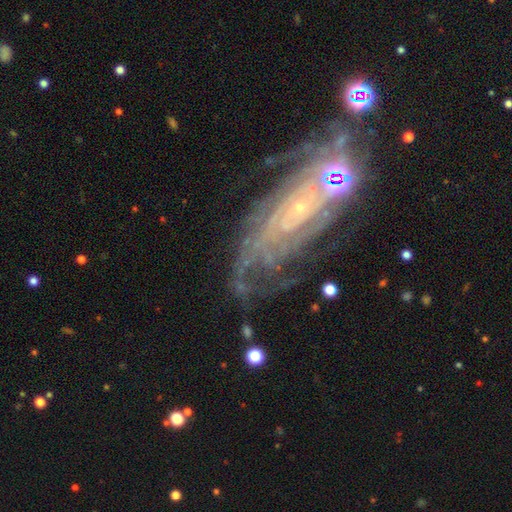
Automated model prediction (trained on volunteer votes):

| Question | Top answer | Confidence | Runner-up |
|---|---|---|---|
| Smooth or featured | featured or disk | 84% | star or artifact (9%) |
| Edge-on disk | no | 91% | yes (9%) |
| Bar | no | 66% | weak (24%) |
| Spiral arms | yes | 95% | no (5%) |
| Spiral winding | tight | 68% | medium (25%) |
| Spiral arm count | can't tell | 37% | 4 (16%) |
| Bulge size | small | 84% | moderate (9%) |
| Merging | none | 63% | minor disturbance (19%) |